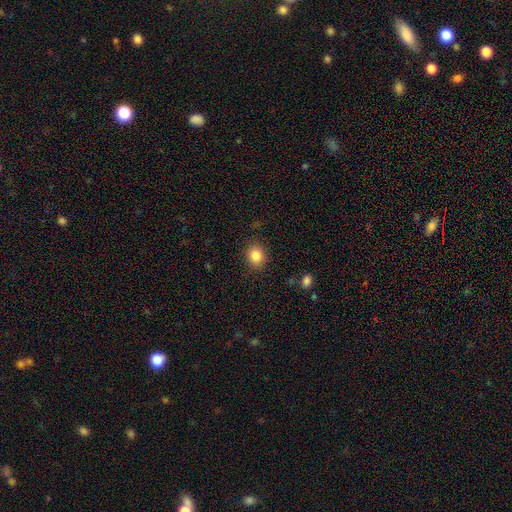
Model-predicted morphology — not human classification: smooth-or-featured: smooth: 85% | star or artifact: 10% | featured or disk: 5%
  how-rounded: round: 70% | in between: 29% | cigar-shaped: 1%
  merging: none: 88% | minor disturbance: 8% | major disturbance: 3% | merger: 1%